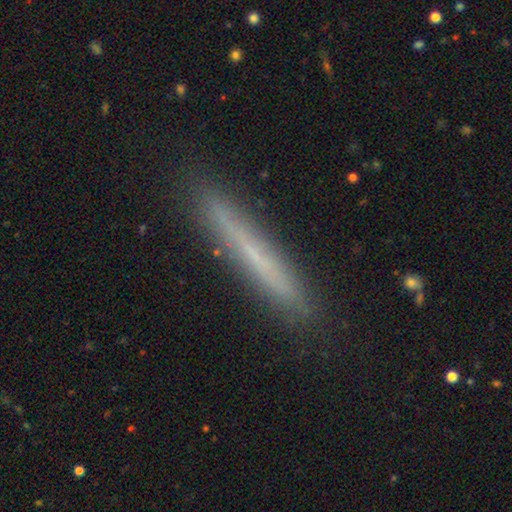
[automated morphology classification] type=smooth (53%); roundness=cigar-shaped (96%); merging=none (88%).